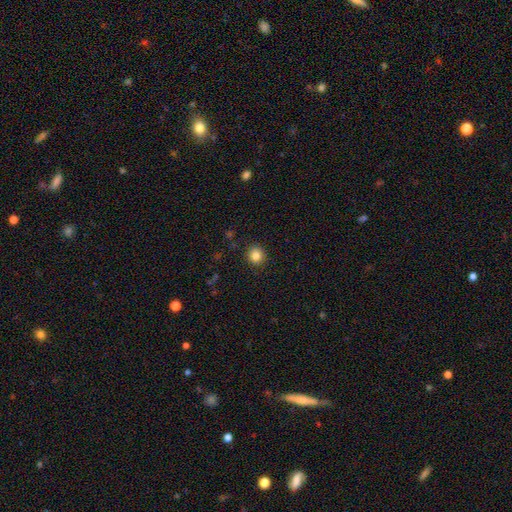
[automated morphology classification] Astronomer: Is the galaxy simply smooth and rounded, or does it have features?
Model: smooth — 84%.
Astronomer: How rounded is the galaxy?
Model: round — 85%.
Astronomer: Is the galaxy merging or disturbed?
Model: none — 90%.